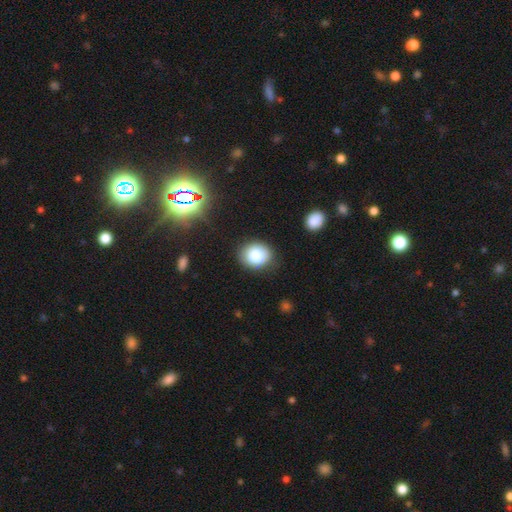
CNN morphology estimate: Smooth or featured?
  - smooth: 81% *
  - star or artifact: 10%
  - featured or disk: 9%
How rounded?
  - round: 67% *
  - in between: 32%
  - cigar-shaped: 1%
Merging?
  - none: 83% *
  - minor disturbance: 12%
  - major disturbance: 3%
  - merger: 2%